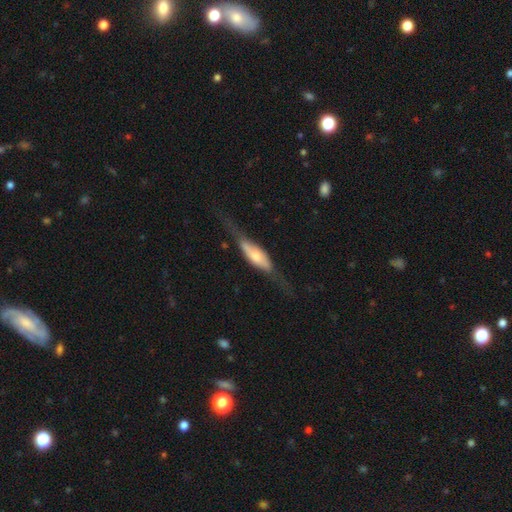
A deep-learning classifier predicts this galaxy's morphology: Smooth or featured?
  - featured or disk: 63% *
  - smooth: 32%
  - star or artifact: 6%
Edge-on disk?
  - yes: 81% *
  - no: 19%
Edge-on bulge?
  - rounded: 75% *
  - boxy: 20%
  - none: 5%
Merging?
  - none: 56% *
  - minor disturbance: 23%
  - major disturbance: 18%
  - merger: 2%